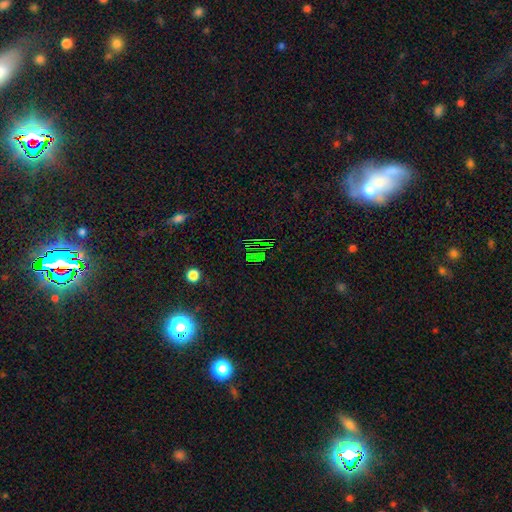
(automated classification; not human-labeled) This appears to be a star or artifact, not a galaxy (72%).